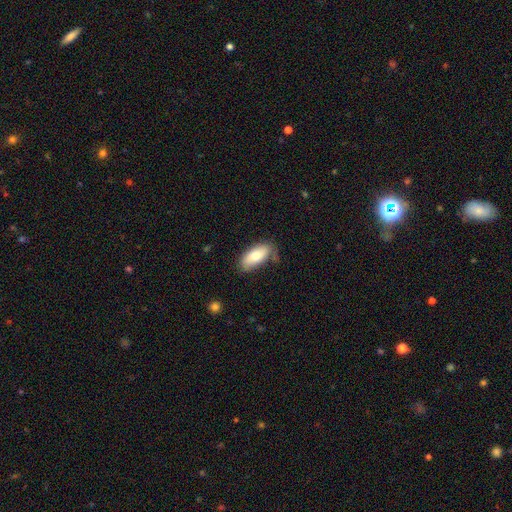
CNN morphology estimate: This appears to be a smooth galaxy with no disk features (74%) that is in between round and cigar-shaped (87%). Merging: none (68%).